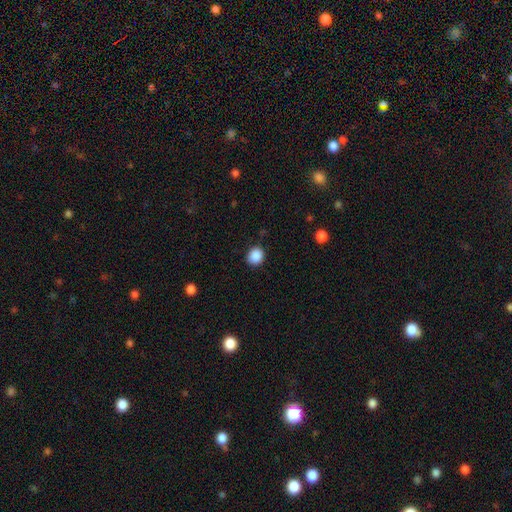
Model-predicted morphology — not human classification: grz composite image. It shows a smooth galaxy with no disk features (88%) that is round (79%). Merging: none (87%).